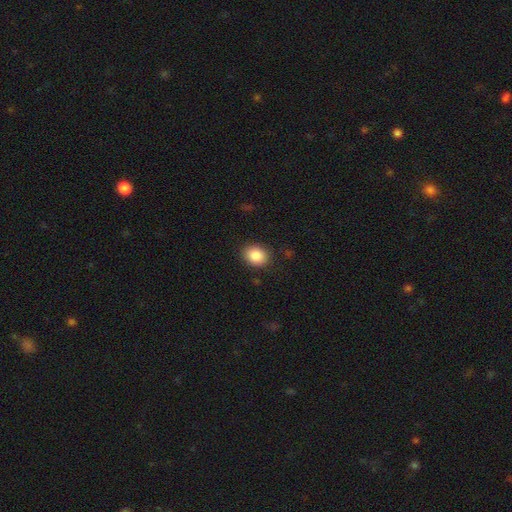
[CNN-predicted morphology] type=smooth (88%); roundness=in between (53%); merging=none (87%).